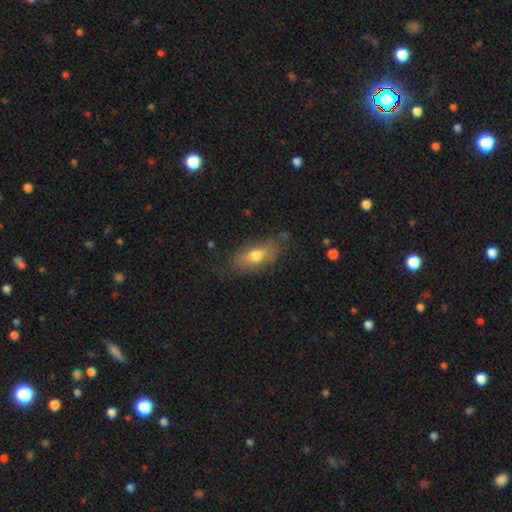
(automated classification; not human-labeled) Morphology: type=smooth (70%); roundness=in between (79%); merging=none (61%).